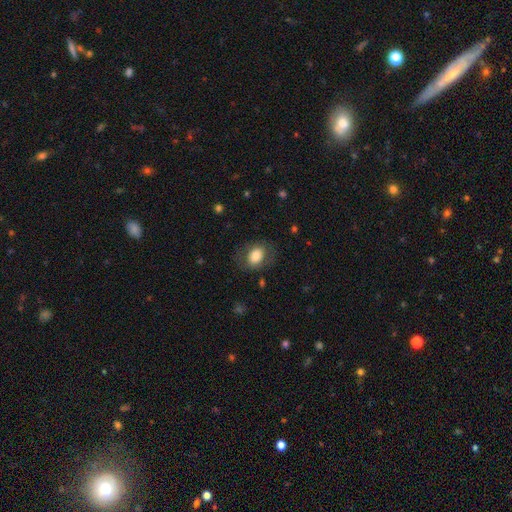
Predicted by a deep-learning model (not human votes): Overall: smooth (77%). How rounded: in between (67%; round 32%). Merging: none (75%).